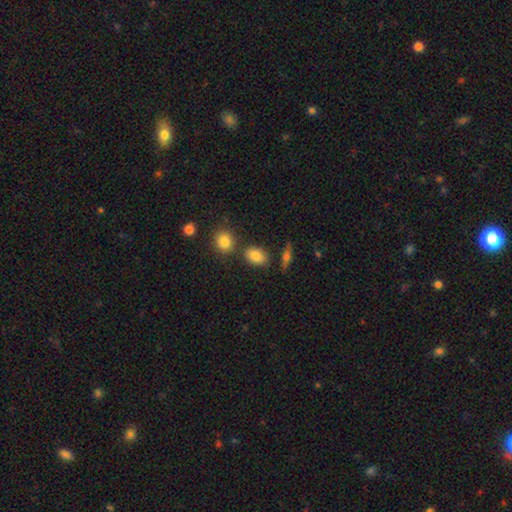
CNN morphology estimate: This appears to be a smooth galaxy with no disk features (82%) that is in between round and cigar-shaped (77%). Merging: none (75%).